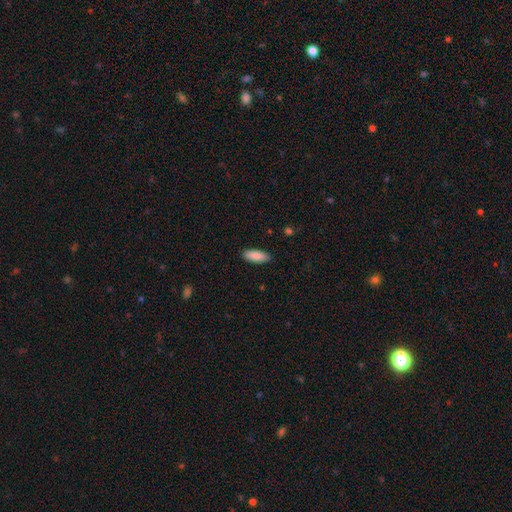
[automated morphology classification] type=smooth (88%); roundness=in between (77%); merging=none (89%).